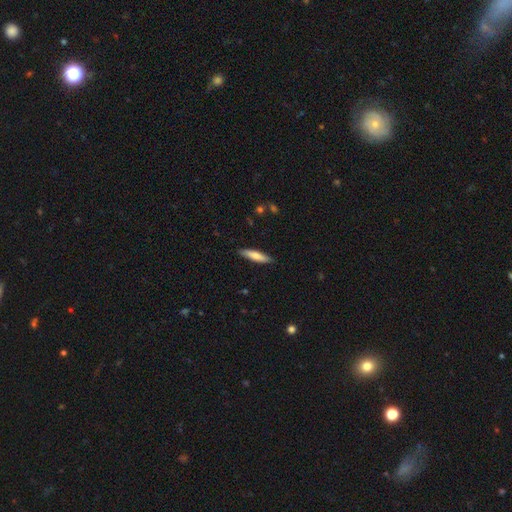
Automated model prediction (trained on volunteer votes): A smooth galaxy with no disk features (71%) that is cigar-shaped (81%).

Vote fractions:
- Smooth or featured? smooth: 71% / featured or disk: 24% / star or artifact: 5%
- How rounded? cigar-shaped: 81% / in between: 18% / round: 1%
- Merging? none: 89% / minor disturbance: 9% / major disturbance: 2% / merger: 1%